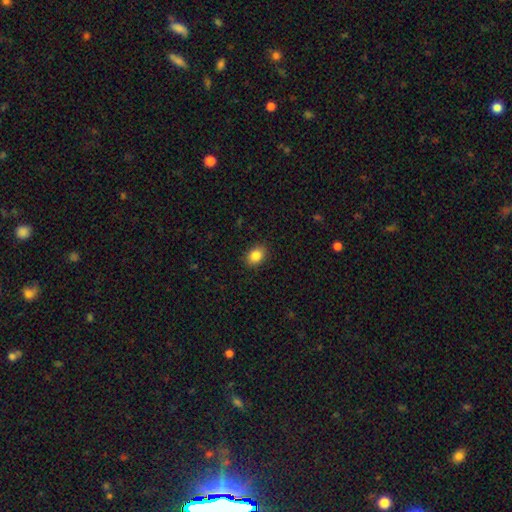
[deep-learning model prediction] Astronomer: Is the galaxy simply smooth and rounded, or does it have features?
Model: smooth — 86%.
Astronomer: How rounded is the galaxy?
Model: in between — 70%.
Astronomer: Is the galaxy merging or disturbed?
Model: none — 89%.